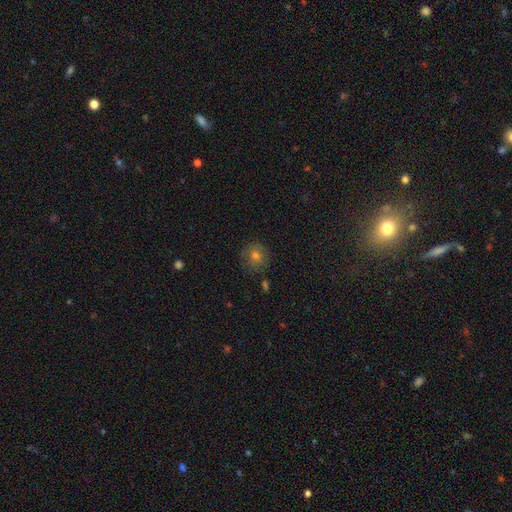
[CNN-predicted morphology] A smooth galaxy with no disk features (64%) that is round (88%).

Vote fractions:
- Smooth or featured? smooth: 64% / star or artifact: 20% / featured or disk: 16%
- How rounded? round: 88% / in between: 11% / cigar-shaped: 1%
- Merging? none: 82% / minor disturbance: 12% / major disturbance: 3% / merger: 2%